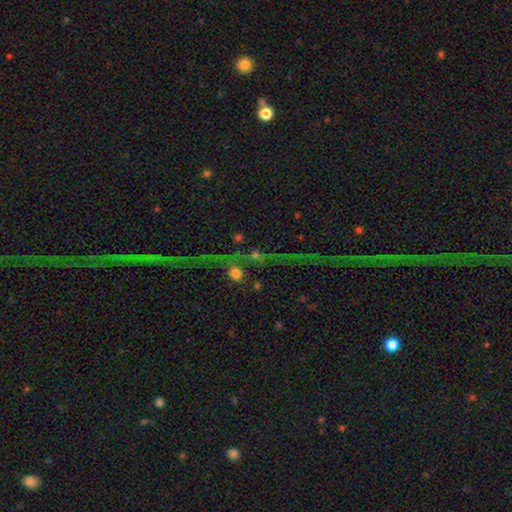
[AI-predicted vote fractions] Q: Smooth or featured?
A: star or artifact (61%); runner-up: smooth (21%)